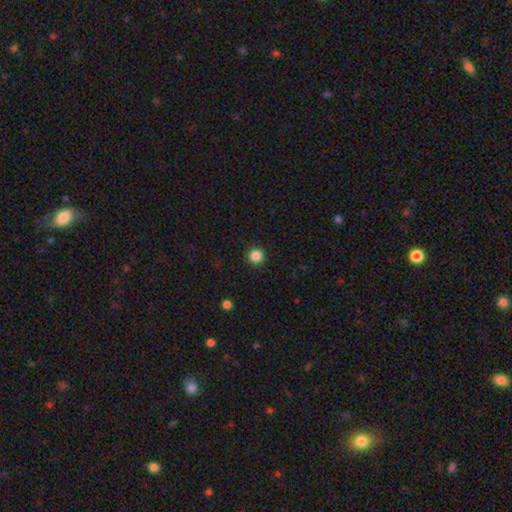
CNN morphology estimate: Smooth or featured?
  - smooth: 86% *
  - star or artifact: 11%
  - featured or disk: 3%
How rounded?
  - round: 96% *
  - in between: 3%
  - cigar-shaped: 1%
Merging?
  - none: 93% *
  - minor disturbance: 5%
  - major disturbance: 2%
  - merger: 1%